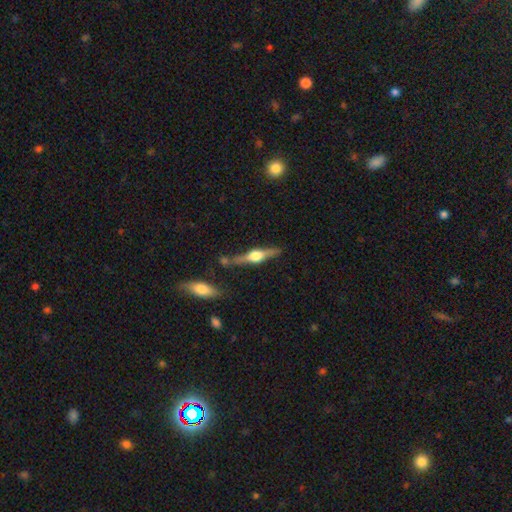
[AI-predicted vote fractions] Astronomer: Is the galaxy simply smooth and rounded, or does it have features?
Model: featured or disk — 76%.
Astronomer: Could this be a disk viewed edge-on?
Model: yes — 97%.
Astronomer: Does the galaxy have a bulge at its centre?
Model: rounded — 93%.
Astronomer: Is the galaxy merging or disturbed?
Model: none — 78%.